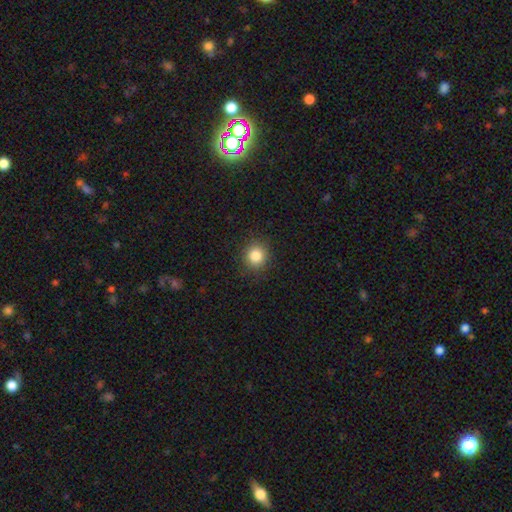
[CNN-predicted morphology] A smooth galaxy with no disk features (84%) that is round (88%).

Vote fractions:
- Smooth or featured? smooth: 84% / star or artifact: 11% / featured or disk: 5%
- How rounded? round: 88% / in between: 11% / cigar-shaped: 1%
- Merging? none: 90% / minor disturbance: 7% / major disturbance: 2% / merger: 1%